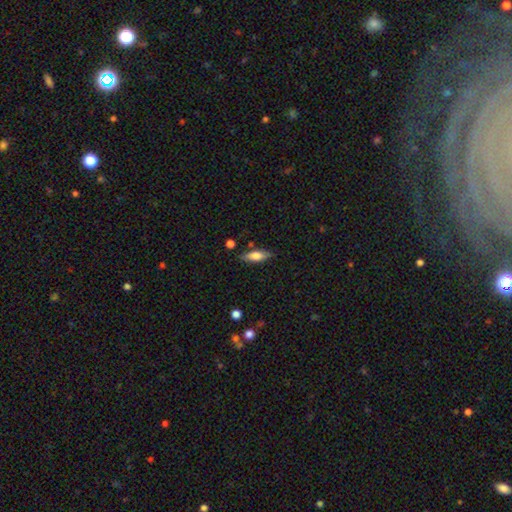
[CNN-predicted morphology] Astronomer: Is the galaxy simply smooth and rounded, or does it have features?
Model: smooth — 65%.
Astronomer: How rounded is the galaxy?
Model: in between — 52% (runner-up: cigar-shaped, 45%).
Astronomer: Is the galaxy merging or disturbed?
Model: none — 81%.